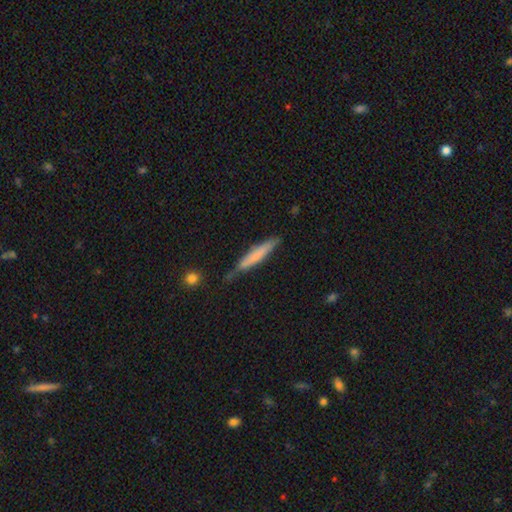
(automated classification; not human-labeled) Smooth or featured? smooth (64%)
How rounded? cigar-shaped (92%)
Merging? none (69%)